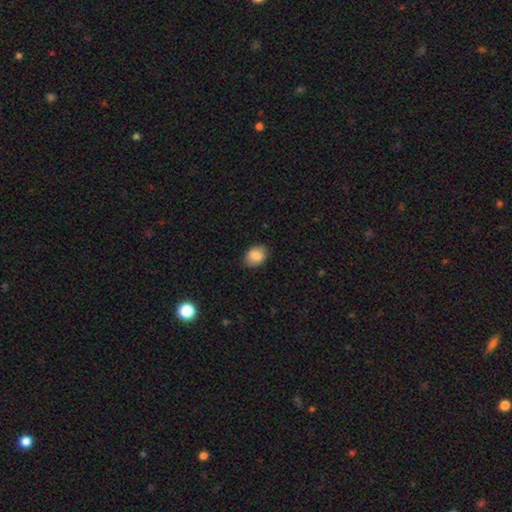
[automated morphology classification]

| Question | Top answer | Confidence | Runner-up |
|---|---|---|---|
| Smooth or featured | smooth | 86% | star or artifact (8%) |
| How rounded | in between | 69% | round (30%) |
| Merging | none | 86% | minor disturbance (10%) |